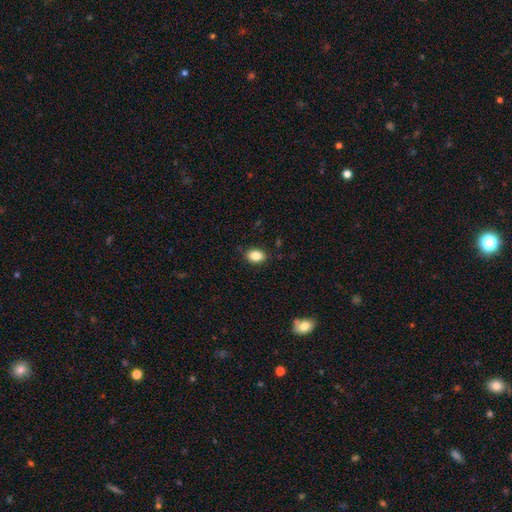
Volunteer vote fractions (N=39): Overall: smooth (87%). How rounded: in between (65%; round 35%). Merging: none (91%).